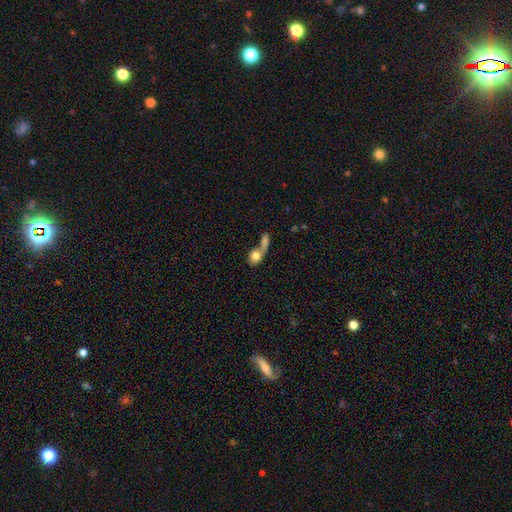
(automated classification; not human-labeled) smooth 75%, featured or disk 17%, star or artifact 8%. Down the decision tree: how rounded — in between (49%); merging — merger (58%).